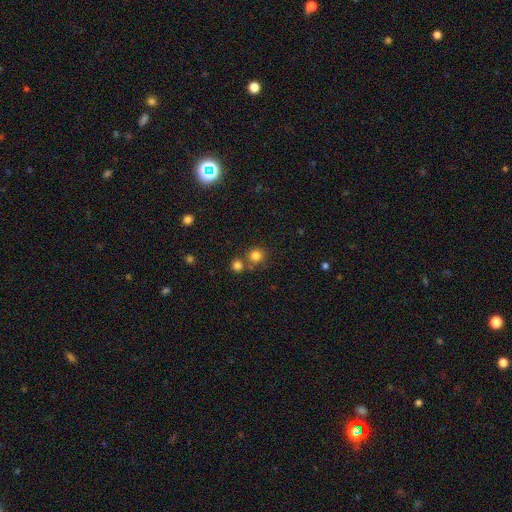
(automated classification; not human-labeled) Smooth or featured? smooth (80%)
How rounded? round (91%)
Merging? none (70%)